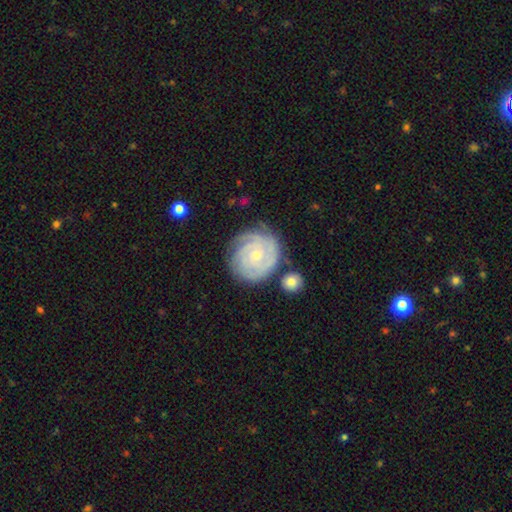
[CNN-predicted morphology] This appears to be a featured or disk galaxy (84%) with no bar (74%), 3 (32%) tight (82%) spiral arms (97%) and a small central bulge (70%). Merging: none (74%).